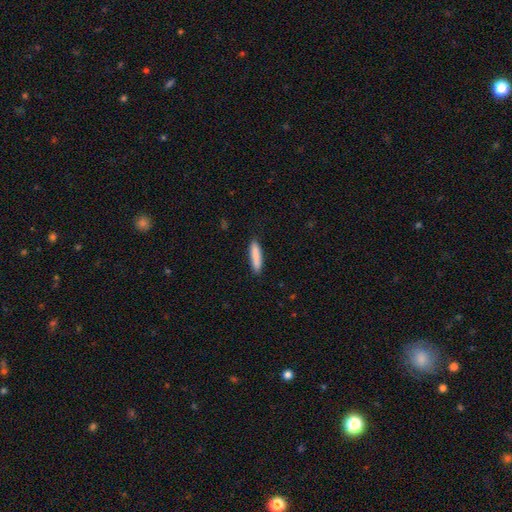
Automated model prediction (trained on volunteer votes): smooth-or-featured: smooth: 87% | featured or disk: 8% | star or artifact: 6%
  how-rounded: cigar-shaped: 81% | in between: 17% | round: 1%
  merging: none: 88% | minor disturbance: 9% | major disturbance: 2% | merger: 1%